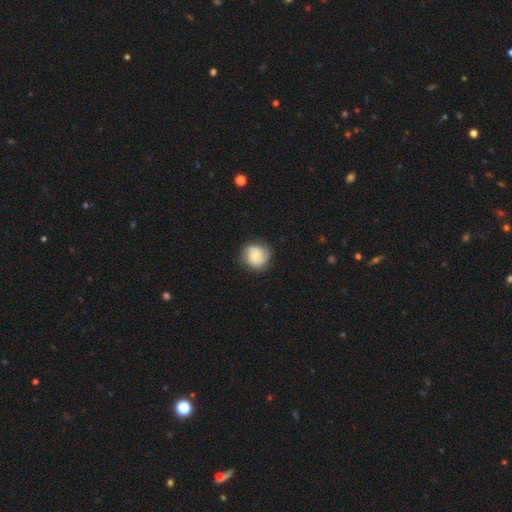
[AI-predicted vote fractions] A smooth galaxy with no disk features (57%) that is round (87%). Merging: none (76%).